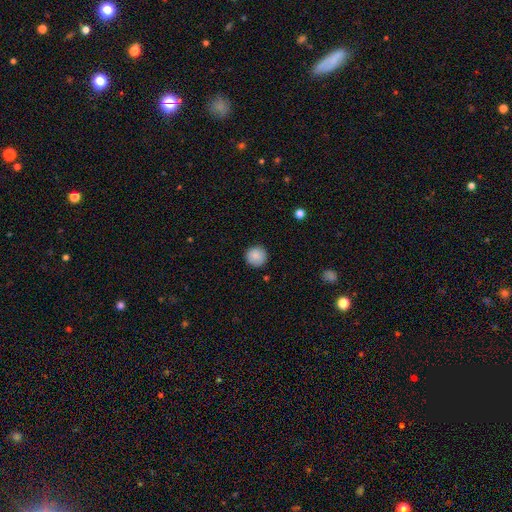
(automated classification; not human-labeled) smooth-or-featured: smooth: 87% | star or artifact: 8% | featured or disk: 5%
  how-rounded: round: 95% | in between: 4% | cigar-shaped: 1%
  merging: none: 89% | minor disturbance: 8% | major disturbance: 2% | merger: 1%